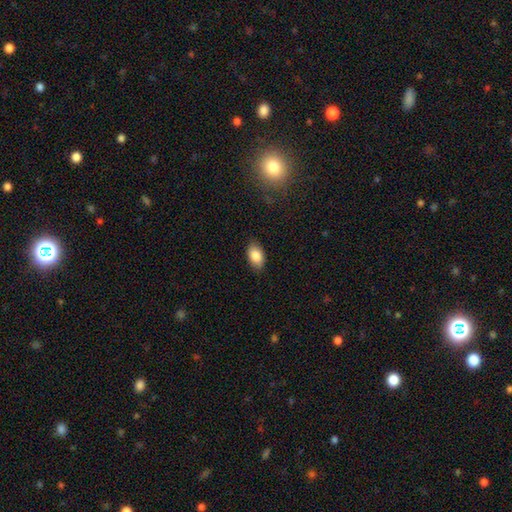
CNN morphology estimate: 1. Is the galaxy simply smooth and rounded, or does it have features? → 85% smooth, 8% star or artifact, 7% featured or disk.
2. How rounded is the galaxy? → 91% in between, 7% round, 2% cigar-shaped.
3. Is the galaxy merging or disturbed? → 85% none, 11% minor disturbance, 2% major disturbance, 1% merger.